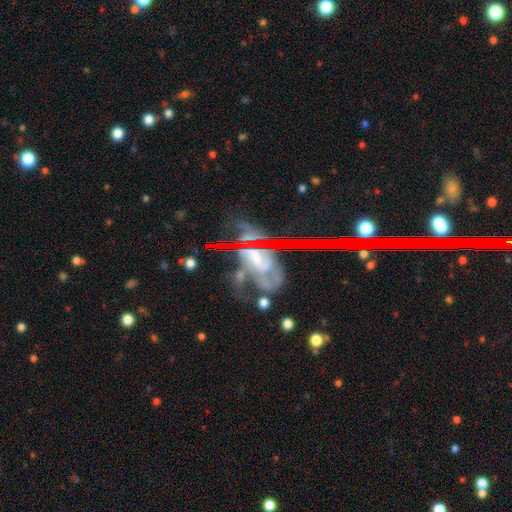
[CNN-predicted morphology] Q: Smooth or featured?
A: featured or disk (68%); runner-up: star or artifact (20%)
Q: Edge-on disk?
A: no (85%); runner-up: yes (15%)
Q: Bar?
A: no (52%); runner-up: weak (28%)
Q: Spiral arms?
A: yes (70%); runner-up: no (30%)
Q: Bulge size?
A: small (43%); runner-up: moderate (34%)
Q: Merging?
A: none (42%); runner-up: major disturbance (28%)